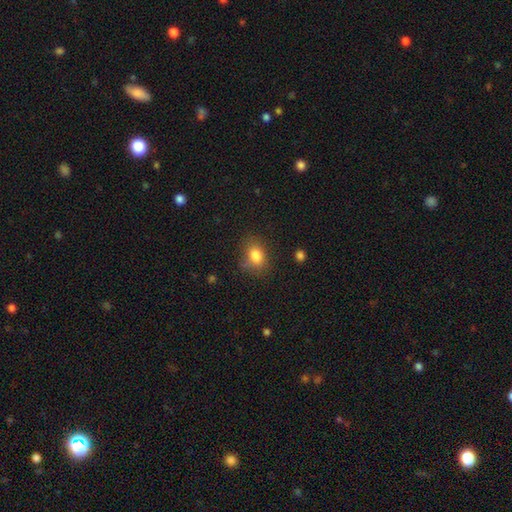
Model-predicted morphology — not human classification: Q: Smooth or featured?
A: smooth (82%); runner-up: star or artifact (10%)
Q: How rounded?
A: in between (60%); runner-up: round (39%)
Q: Merging?
A: none (71%); runner-up: minor disturbance (20%)